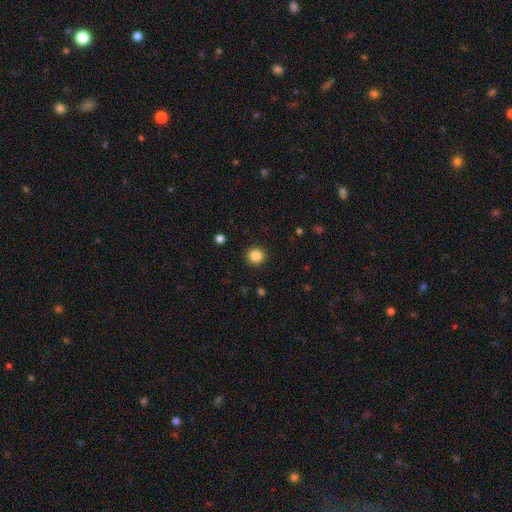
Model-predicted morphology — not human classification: smooth-or-featured: smooth: 85% | star or artifact: 11% | featured or disk: 4%
  how-rounded: round: 93% | in between: 6% | cigar-shaped: 1%
  merging: none: 92% | minor disturbance: 5% | major disturbance: 2% | merger: 1%